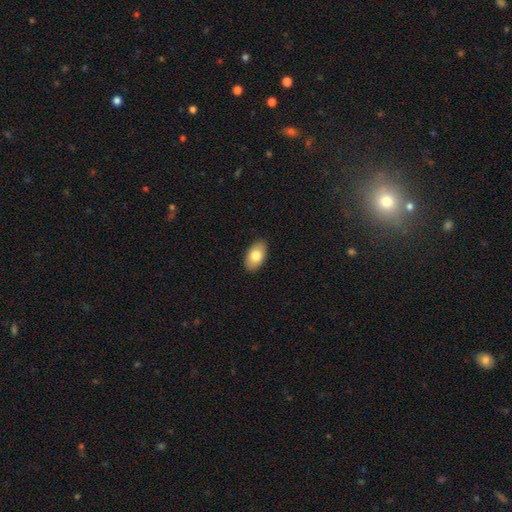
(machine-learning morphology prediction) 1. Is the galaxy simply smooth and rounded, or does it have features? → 80% smooth, 13% featured or disk, 7% star or artifact.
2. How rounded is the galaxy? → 94% in between, 5% round, 2% cigar-shaped.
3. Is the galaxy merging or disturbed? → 89% none, 8% minor disturbance, 2% major disturbance, 1% merger.